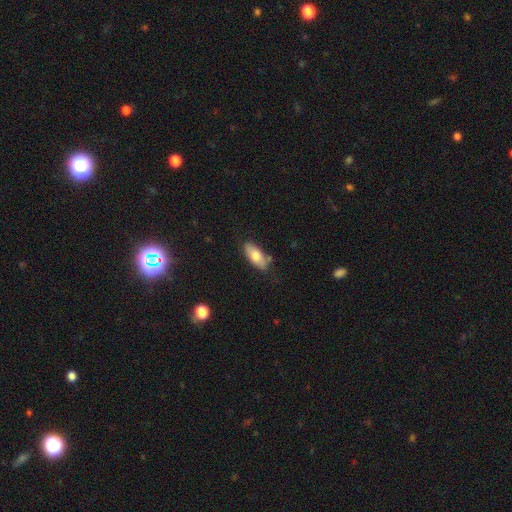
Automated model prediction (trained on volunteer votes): Smooth or featured? Predicted: smooth (p=0.72). How rounded? Predicted: in between (p=0.83). Merging? Predicted: none (p=0.75).